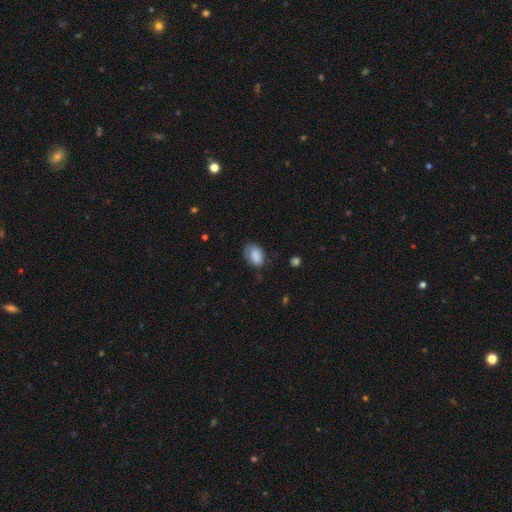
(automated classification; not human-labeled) Q: Smooth or featured?
A: smooth (84%); runner-up: star or artifact (8%)
Q: How rounded?
A: in between (84%); runner-up: round (15%)
Q: Merging?
A: none (61%); runner-up: minor disturbance (29%)